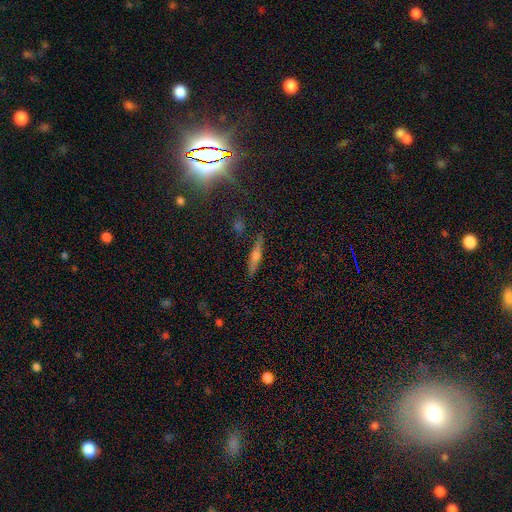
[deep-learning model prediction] Smooth or featured: featured or disk — 61% (smooth — 28%)
Edge-on disk: yes — 96% (no — 4%)
Edge-on bulge: rounded — 85% (boxy — 9%)
Merging: none — 88% (minor disturbance — 9%)